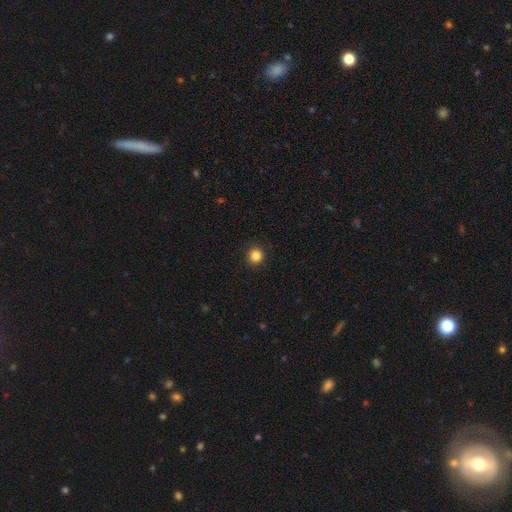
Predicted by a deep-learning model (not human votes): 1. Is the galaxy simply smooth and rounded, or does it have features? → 85% smooth, 11% star or artifact, 4% featured or disk.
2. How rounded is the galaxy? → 94% round, 5% in between, 1% cigar-shaped.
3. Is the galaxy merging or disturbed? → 92% none, 5% minor disturbance, 2% major disturbance, 1% merger.